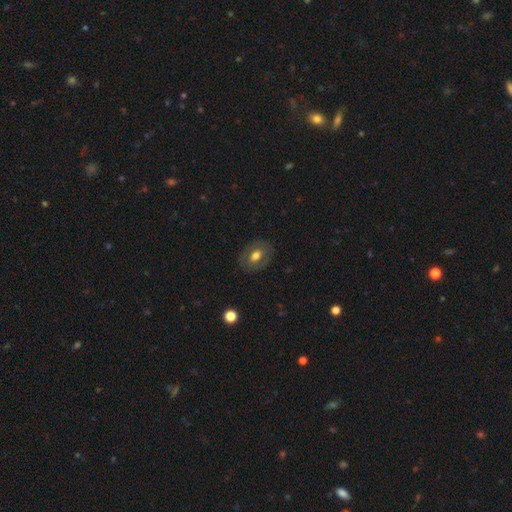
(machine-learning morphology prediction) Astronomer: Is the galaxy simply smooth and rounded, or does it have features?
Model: smooth — 59%.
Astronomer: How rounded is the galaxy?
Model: in between — 71%.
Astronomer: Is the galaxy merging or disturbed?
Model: none — 83%.